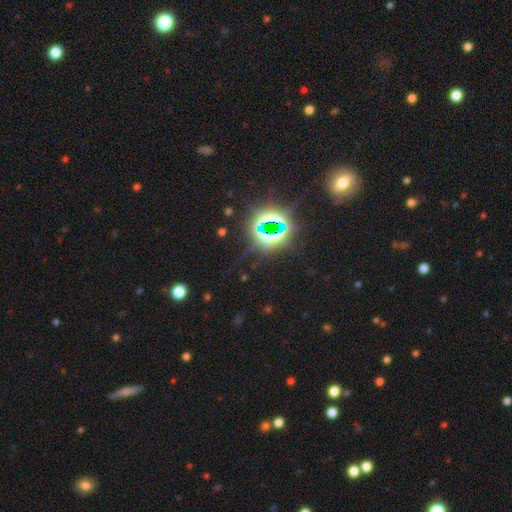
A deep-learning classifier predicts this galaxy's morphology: This appears to be a star or artifact, not a galaxy (76%).